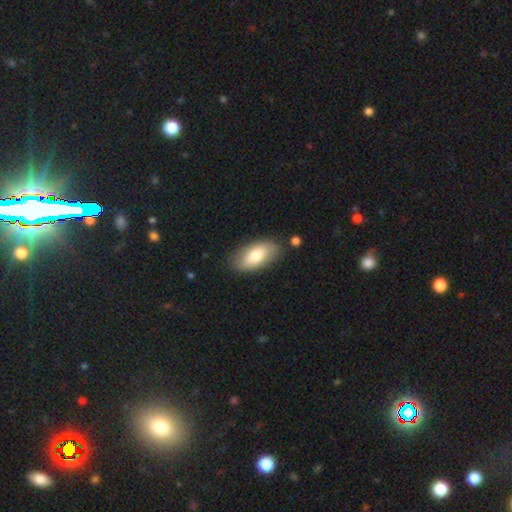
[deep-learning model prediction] Overall: smooth (76%). How rounded: in between (92%). Merging: none (80%).